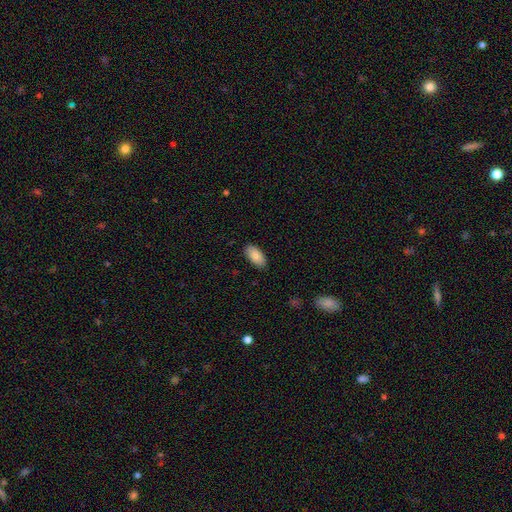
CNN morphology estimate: Smooth or featured?
  - smooth: 85% *
  - featured or disk: 9%
  - star or artifact: 6%
How rounded?
  - in between: 93% *
  - cigar-shaped: 5%
  - round: 2%
Merging?
  - none: 87% *
  - minor disturbance: 10%
  - major disturbance: 2%
  - merger: 1%